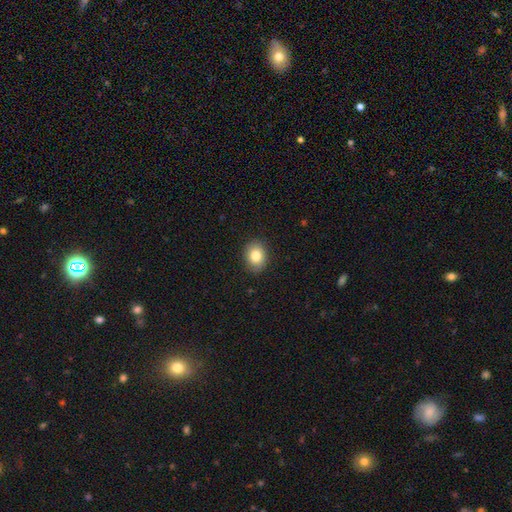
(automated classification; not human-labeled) smooth 81%, featured or disk 10%, star or artifact 9%. Down the decision tree: how rounded — in between (53%); merging — none (88%).